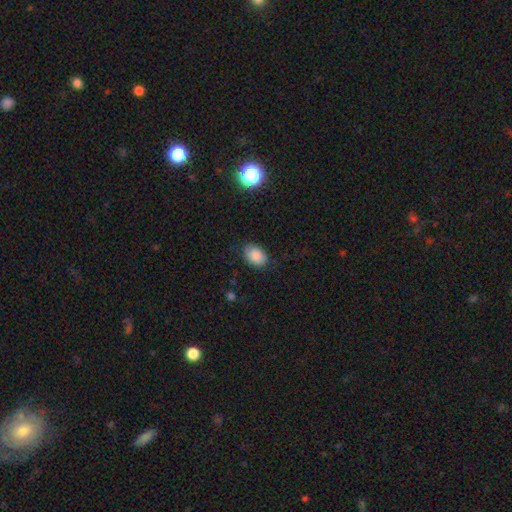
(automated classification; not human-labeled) Morphology: type=smooth (86%); roundness=in between (84%); merging=none (81%).